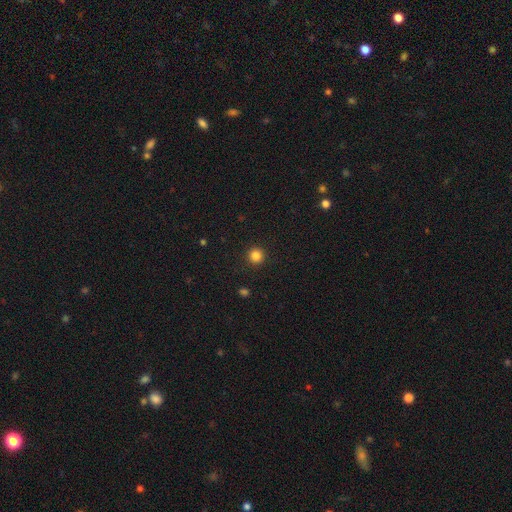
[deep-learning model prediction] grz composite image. It shows a smooth galaxy with no disk features (84%) that is round (95%). Merging: none (92%).